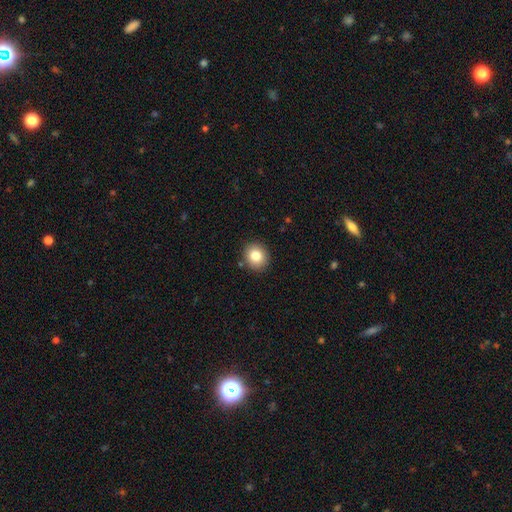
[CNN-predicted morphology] smooth 81%, star or artifact 10%, featured or disk 9%. Down the decision tree: how rounded — round (77%); merging — none (88%).